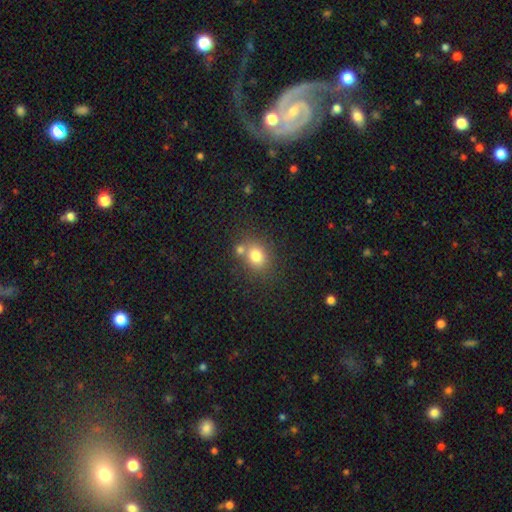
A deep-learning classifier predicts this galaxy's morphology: Smooth or featured? Predicted: smooth (p=0.78). How rounded? Predicted: round (p=0.58). Merging? Predicted: none (p=0.58).